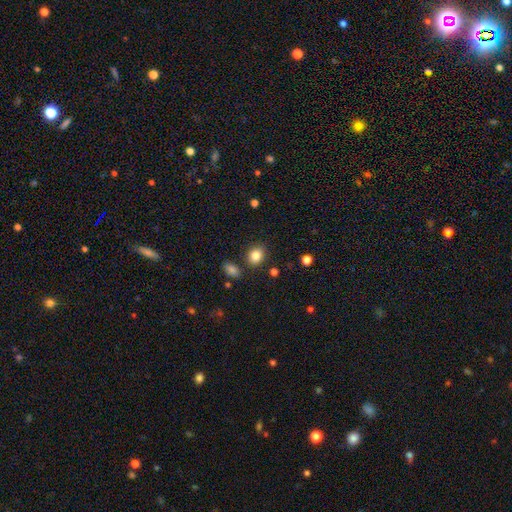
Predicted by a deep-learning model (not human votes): Q: Smooth or featured?
A: smooth (85%); runner-up: star or artifact (10%)
Q: How rounded?
A: round (53%); runner-up: in between (46%)
Q: Merging?
A: none (82%); runner-up: minor disturbance (10%)